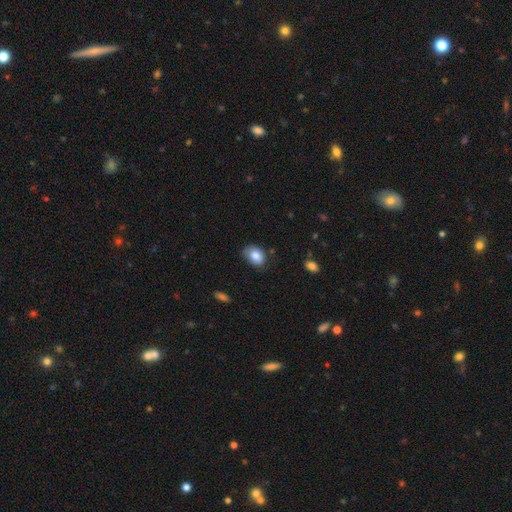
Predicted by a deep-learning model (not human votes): Q: Smooth or featured?
A: smooth (83%); runner-up: featured or disk (9%)
Q: How rounded?
A: in between (73%); runner-up: round (26%)
Q: Merging?
A: none (66%); runner-up: minor disturbance (26%)